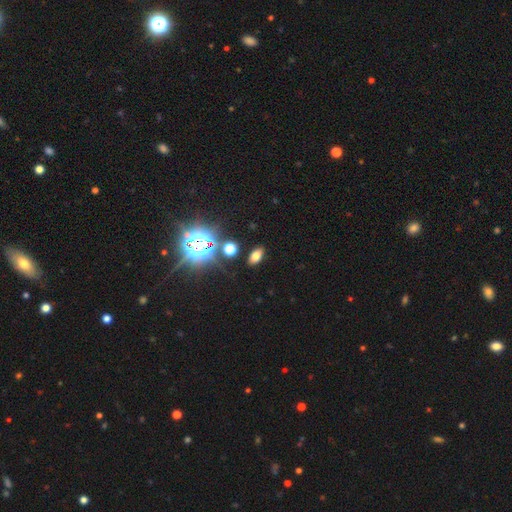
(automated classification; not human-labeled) smooth 63%, star or artifact 26%, featured or disk 10%. Down the decision tree: how rounded — in between (86%); merging — none (88%).